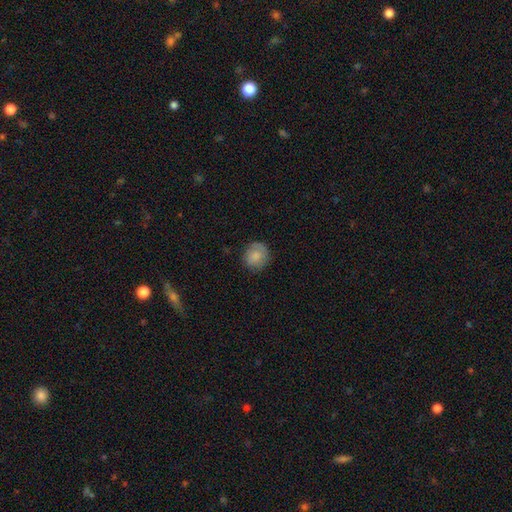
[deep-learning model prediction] smooth_or_featured: smooth (p=0.82) [alt: featured or disk p=0.10]
how_rounded: round (p=0.88) [alt: in between p=0.11]
merging: none (p=0.82) [alt: minor disturbance p=0.14]